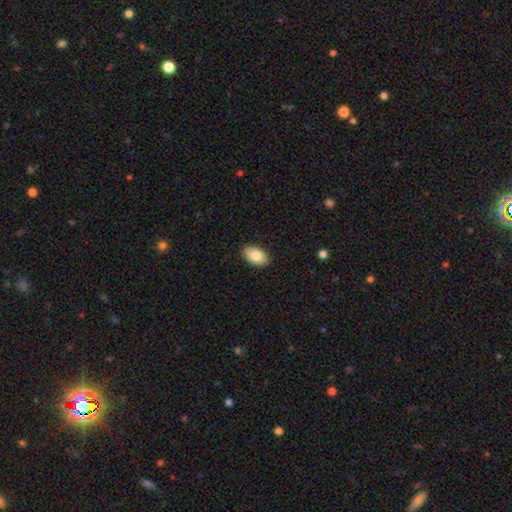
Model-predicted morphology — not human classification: smooth-or-featured: smooth: 83% | featured or disk: 10% | star or artifact: 7%
  how-rounded: in between: 93% | round: 6% | cigar-shaped: 1%
  merging: none: 89% | minor disturbance: 8% | major disturbance: 2% | merger: 1%